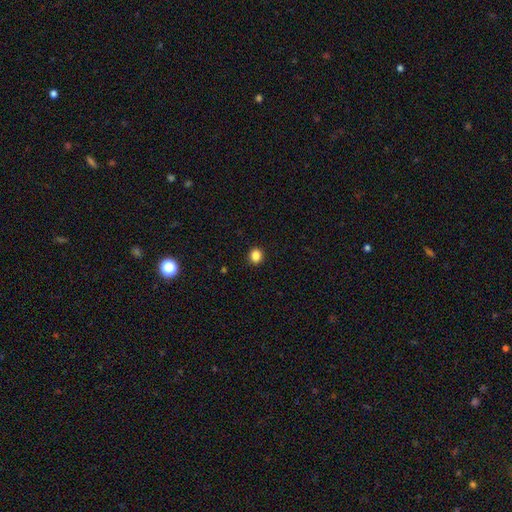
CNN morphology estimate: Smooth or featured? smooth (85%)
How rounded? round (80%)
Merging? none (92%)